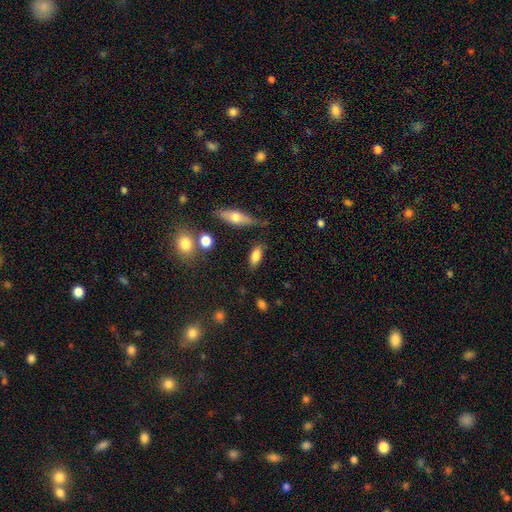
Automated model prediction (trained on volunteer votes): Smooth or featured?
  - smooth: 79% *
  - featured or disk: 13%
  - star or artifact: 8%
How rounded?
  - in between: 83% *
  - cigar-shaped: 13%
  - round: 4%
Merging?
  - none: 76% *
  - minor disturbance: 15%
  - major disturbance: 4%
  - merger: 4%